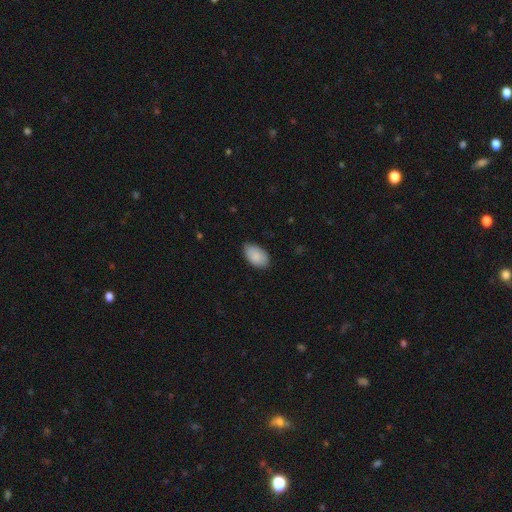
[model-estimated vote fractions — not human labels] The model was most divided on "merging": none: 78%, minor disturbance: 19%, major disturbance: 3%, merger: 1%. More confident: how rounded — in between (93%); smooth or featured — smooth (87%).